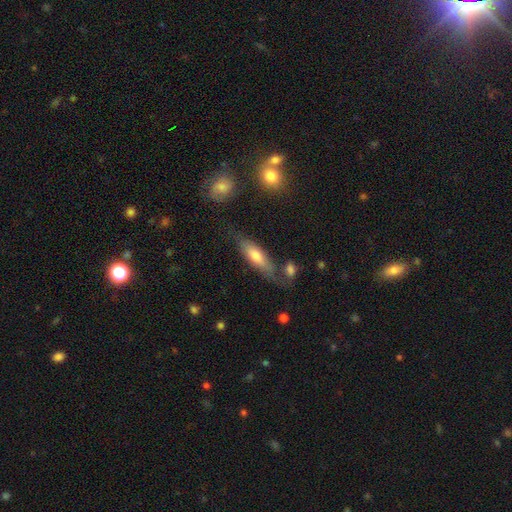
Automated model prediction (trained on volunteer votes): Smooth or featured? smooth (62%)
How rounded? cigar-shaped (51%)
Merging? none (64%)